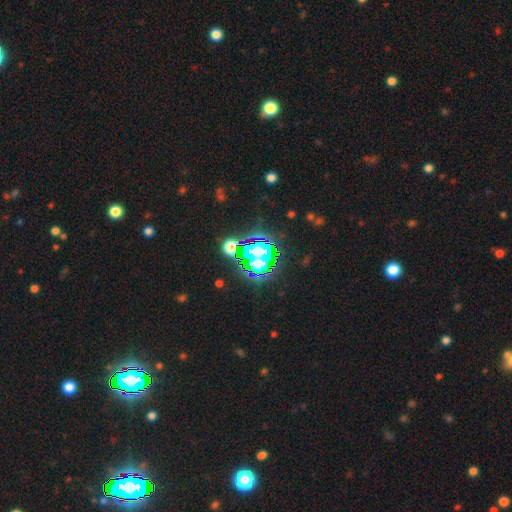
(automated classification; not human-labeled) smooth_or_featured: star or artifact (p=0.82) [alt: smooth p=0.11]